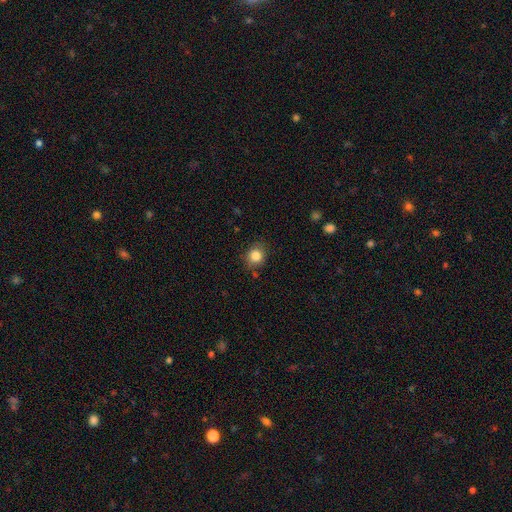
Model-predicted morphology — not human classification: A smooth galaxy with no disk features (85%) that is round (75%).

Vote fractions:
- Smooth or featured? smooth: 85% / star or artifact: 10% / featured or disk: 5%
- How rounded? round: 75% / in between: 24% / cigar-shaped: 1%
- Merging? none: 81% / minor disturbance: 14% / major disturbance: 3% / merger: 2%